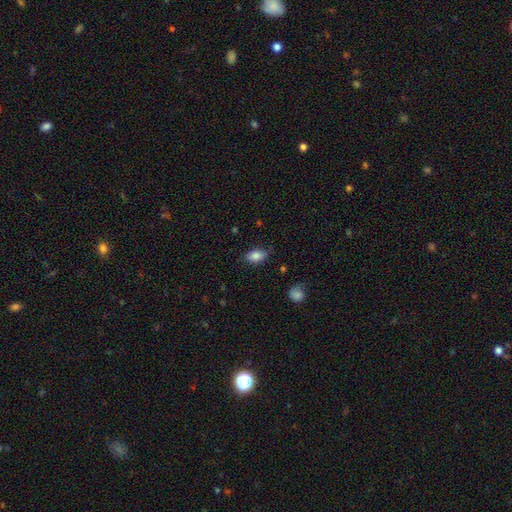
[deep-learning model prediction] Smooth or featured? smooth (84%)
How rounded? in between (90%)
Merging? none (79%)